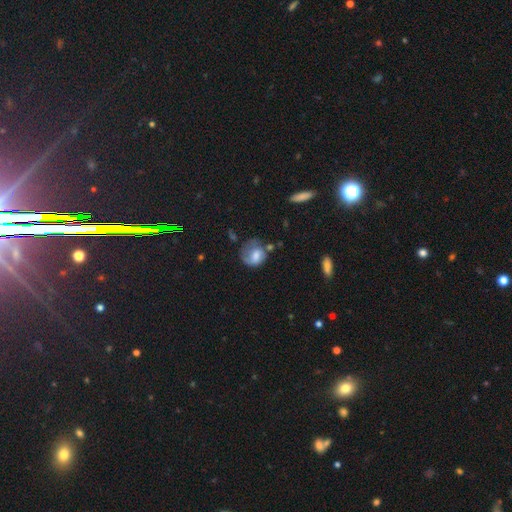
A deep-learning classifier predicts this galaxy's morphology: A smooth galaxy with no disk features (52%) that is round (64%). Merging: none (38%).